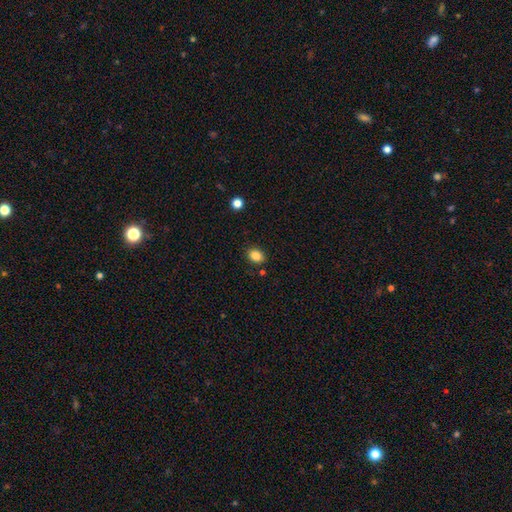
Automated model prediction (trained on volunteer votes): Smooth or featured: smooth — 85% (star or artifact — 10%)
How rounded: in between — 60% (round — 39%)
Merging: none — 87% (minor disturbance — 9%)